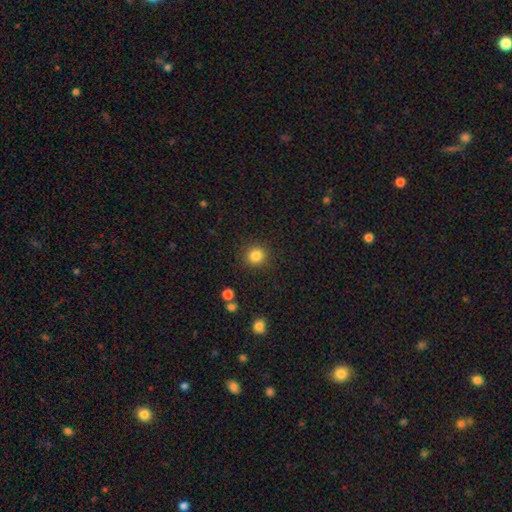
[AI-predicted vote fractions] Q: Smooth or featured?
A: smooth (84%); runner-up: star or artifact (11%)
Q: How rounded?
A: round (92%); runner-up: in between (7%)
Q: Merging?
A: none (89%); runner-up: minor disturbance (7%)